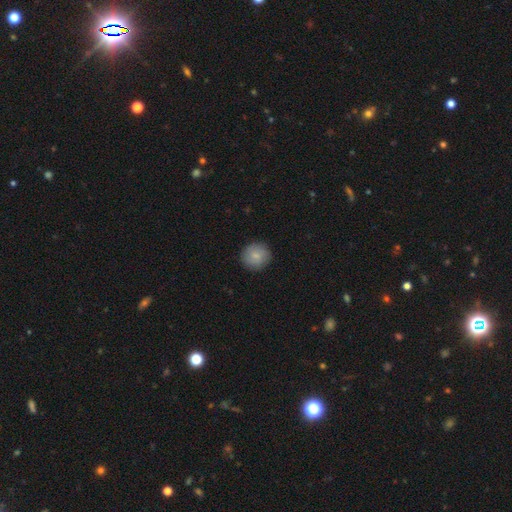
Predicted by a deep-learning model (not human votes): Smooth or featured: smooth — 82% (featured or disk — 11%)
How rounded: round — 90% (in between — 9%)
Merging: none — 88% (minor disturbance — 9%)